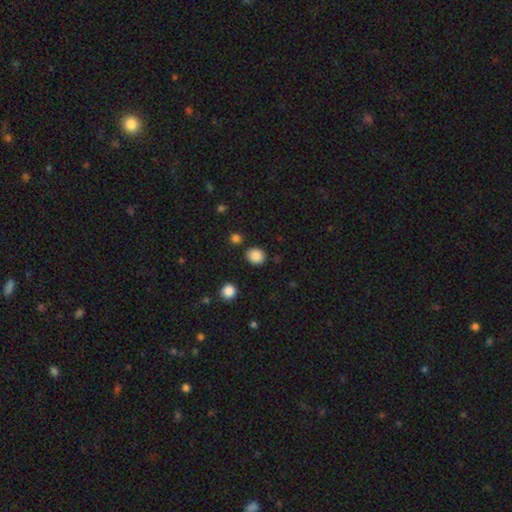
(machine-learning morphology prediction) Smooth or featured: smooth — 86% (star or artifact — 11%)
How rounded: round — 76% (in between — 23%)
Merging: none — 84% (minor disturbance — 9%)